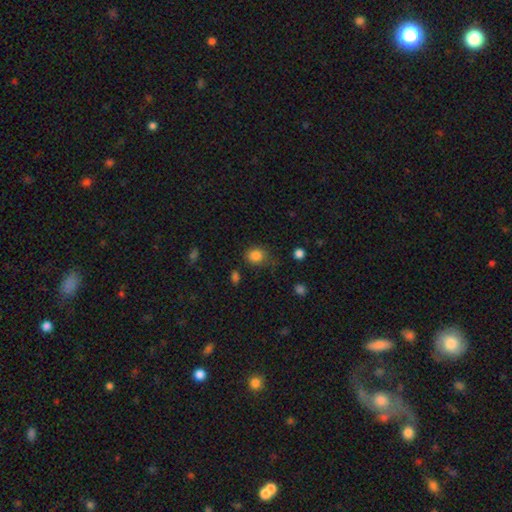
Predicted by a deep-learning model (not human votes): Smooth or featured? smooth (84%)
How rounded? round (65%)
Merging? none (68%)